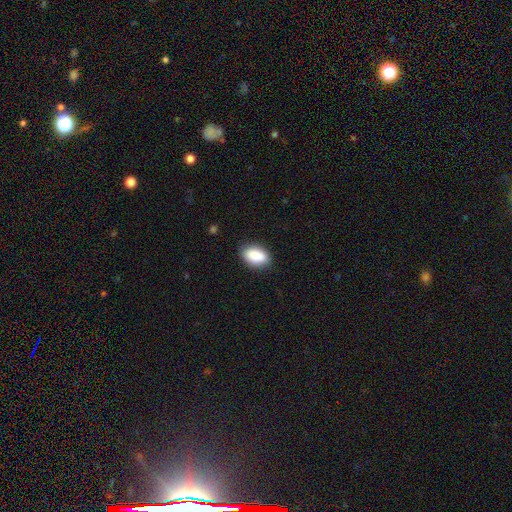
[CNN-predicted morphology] smooth_or_featured: smooth (p=0.90) [alt: star or artifact p=0.06]
how_rounded: in between (p=0.92) [alt: round p=0.06]
merging: none (p=0.87) [alt: minor disturbance p=0.10]